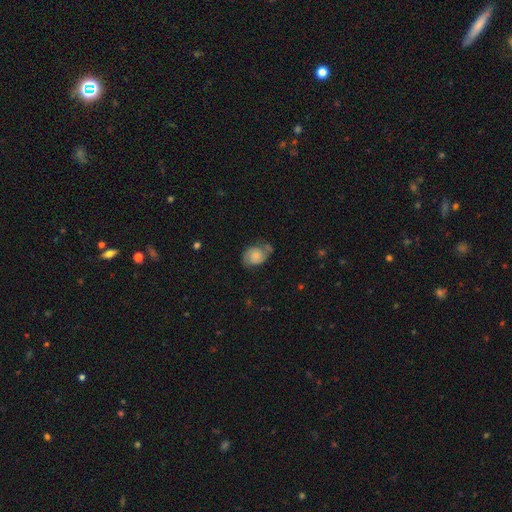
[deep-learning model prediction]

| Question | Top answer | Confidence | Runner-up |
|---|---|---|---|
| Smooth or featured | featured or disk | 55% | smooth (36%) |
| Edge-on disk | no | 97% | yes (3%) |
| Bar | no | 71% | weak (25%) |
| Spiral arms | yes | 89% | no (11%) |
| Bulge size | small | 47% | moderate (29%) |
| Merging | none | 54% | minor disturbance (28%) |